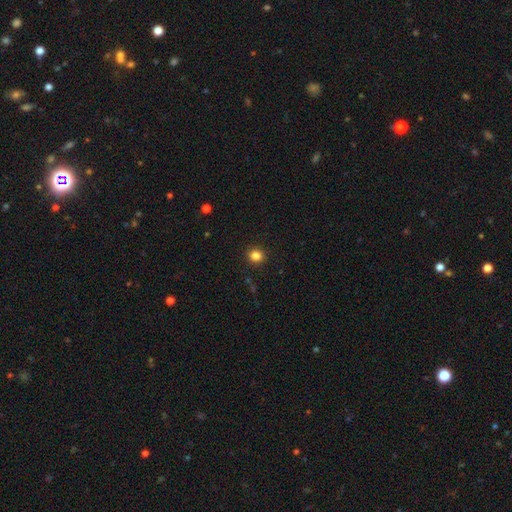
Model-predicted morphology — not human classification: Overall: smooth (84%). How rounded: round (82%). Merging: none (92%).